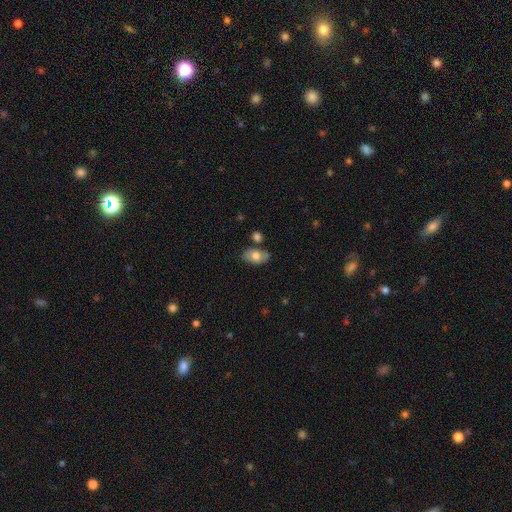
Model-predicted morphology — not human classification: smooth_or_featured: smooth (p=0.68) [alt: featured or disk p=0.25]
how_rounded: in between (p=0.91) [alt: round p=0.07]
merging: none (p=0.72) [alt: minor disturbance p=0.16]